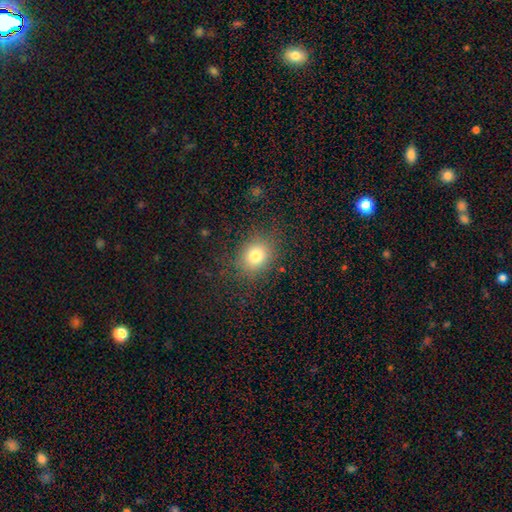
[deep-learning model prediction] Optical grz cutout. It shows a smooth galaxy with no disk features (78%) that is round (59%). Merging: none (82%).